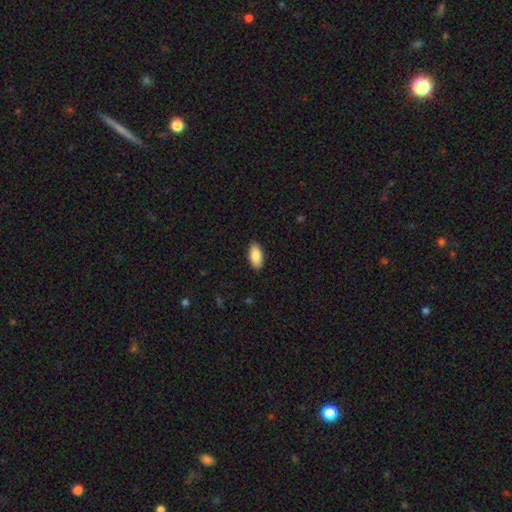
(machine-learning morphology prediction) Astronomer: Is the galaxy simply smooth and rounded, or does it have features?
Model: smooth — 89%.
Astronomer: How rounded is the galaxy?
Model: in between — 92%.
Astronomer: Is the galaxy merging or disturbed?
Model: none — 89%.